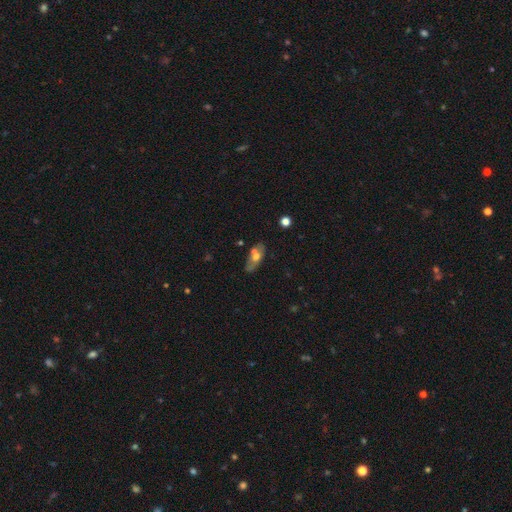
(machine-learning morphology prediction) Overall: smooth (50%; featured or disk 40%). How rounded: in between (75%). Merging: none (55%; merger 19%).